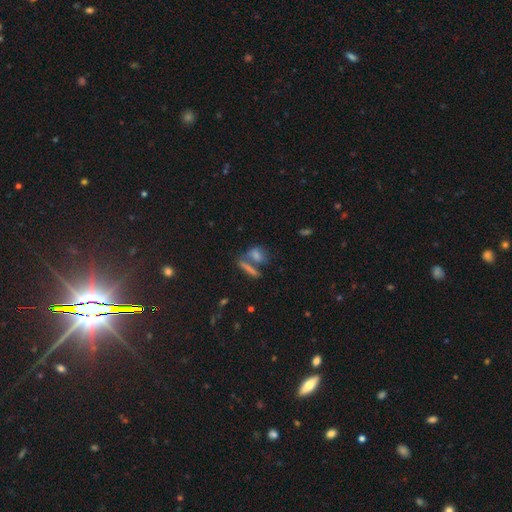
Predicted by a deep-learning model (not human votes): Smooth or featured? smooth (62%)
How rounded? in between (51%)
Merging? none (46%)